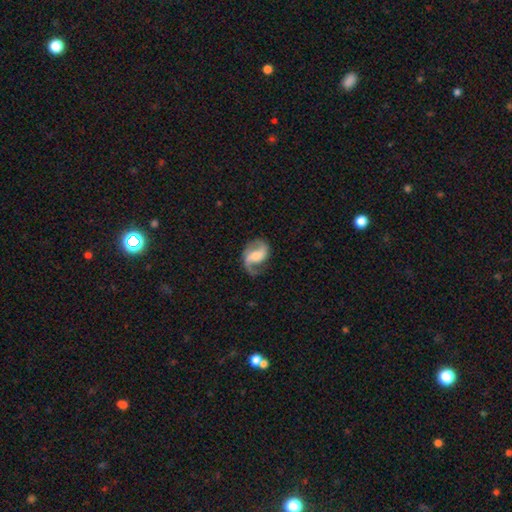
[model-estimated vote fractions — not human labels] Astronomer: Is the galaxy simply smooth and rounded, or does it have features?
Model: featured or disk — 82%.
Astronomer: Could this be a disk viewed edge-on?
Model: no — 98%.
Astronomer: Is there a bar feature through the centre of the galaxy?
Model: weak — 43% (runner-up: no, 35%).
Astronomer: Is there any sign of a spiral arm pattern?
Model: yes — 96%.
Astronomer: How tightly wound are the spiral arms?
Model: loose — 50% (runner-up: medium, 40%).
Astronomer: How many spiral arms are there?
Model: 2 — 85%.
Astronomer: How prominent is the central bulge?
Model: moderate — 42% (runner-up: small, 26%).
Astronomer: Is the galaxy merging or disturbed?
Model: none — 67%.